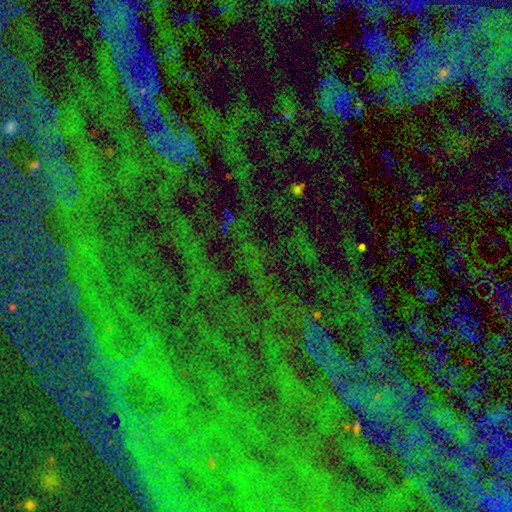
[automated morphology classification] Overall: star or artifact (80%).